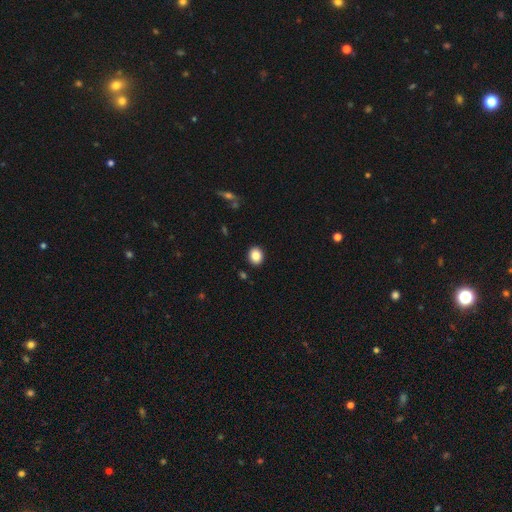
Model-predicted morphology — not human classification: Overall: smooth (86%). How rounded: round (61%; in between 38%). Merging: none (91%).